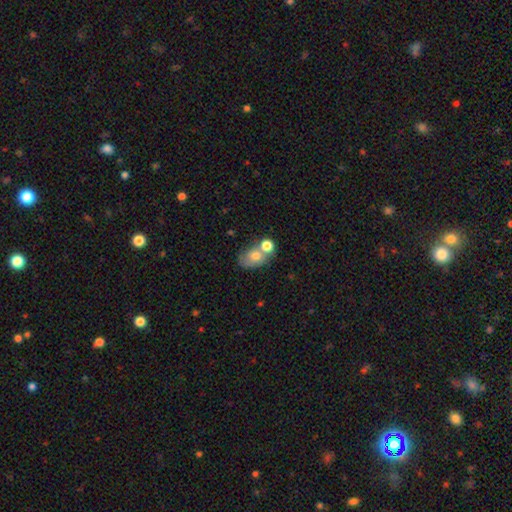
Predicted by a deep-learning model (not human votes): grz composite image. It shows a smooth galaxy with no disk features (70%) that is in between round and cigar-shaped (70%). Merging: merger (49%).